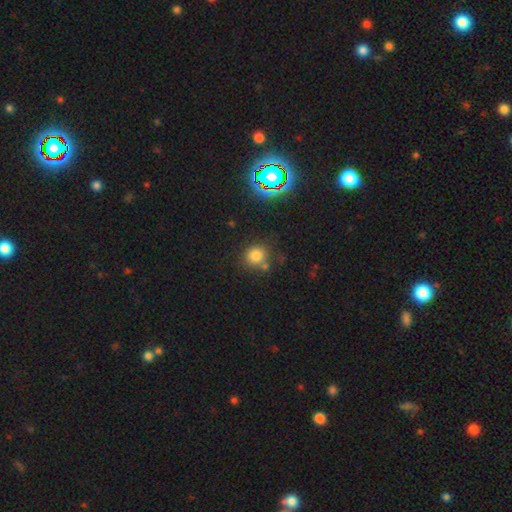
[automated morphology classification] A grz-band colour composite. It shows a smooth galaxy with no disk features (76%) that is round (86%). Merging: none (71%).